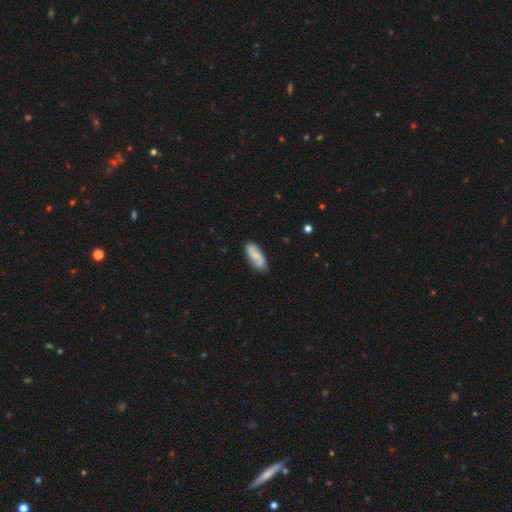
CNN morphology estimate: The model was most divided on "smooth or featured": smooth: 50%, featured or disk: 43%, star or artifact: 6%. More confident: merging — none (77%); how rounded — in between (74%).